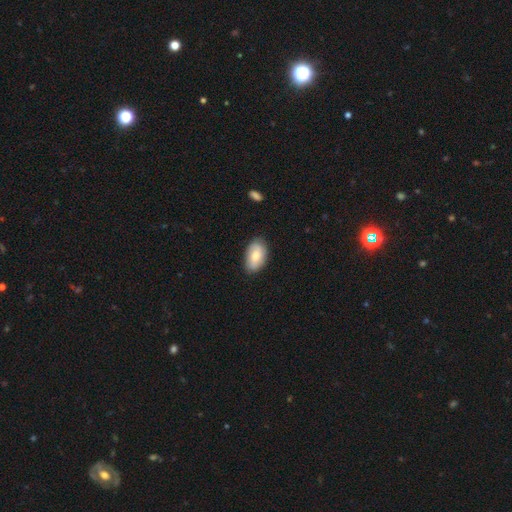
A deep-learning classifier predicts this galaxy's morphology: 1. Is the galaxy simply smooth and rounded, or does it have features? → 75% smooth, 19% featured or disk, 6% star or artifact.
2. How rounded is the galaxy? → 93% in between, 5% round, 2% cigar-shaped.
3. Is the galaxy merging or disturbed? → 80% none, 16% minor disturbance, 3% major disturbance, 1% merger.